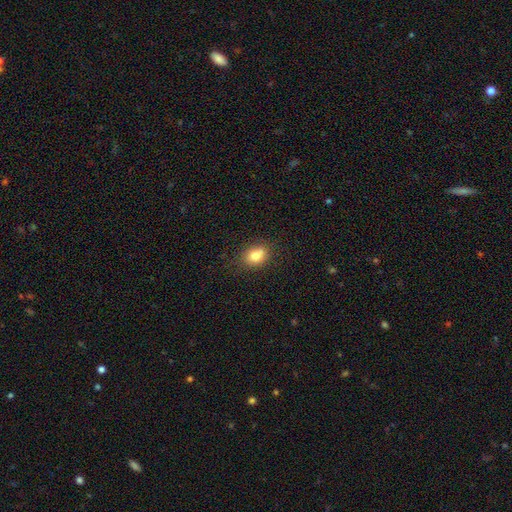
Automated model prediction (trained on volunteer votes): Smooth or featured?
  - smooth: 80% *
  - star or artifact: 11%
  - featured or disk: 9%
How rounded?
  - in between: 58% *
  - round: 41%
  - cigar-shaped: 1%
Merging?
  - none: 74% *
  - minor disturbance: 16%
  - merger: 6%
  - major disturbance: 4%